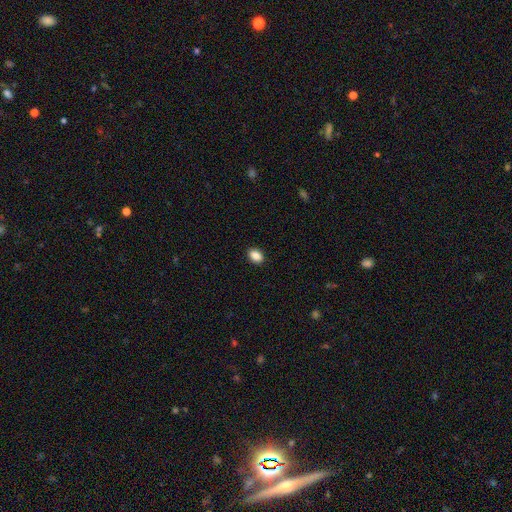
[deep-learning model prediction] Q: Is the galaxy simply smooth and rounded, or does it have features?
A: smooth — 89%.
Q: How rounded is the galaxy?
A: in between — 82%.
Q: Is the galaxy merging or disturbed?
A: none — 90%.